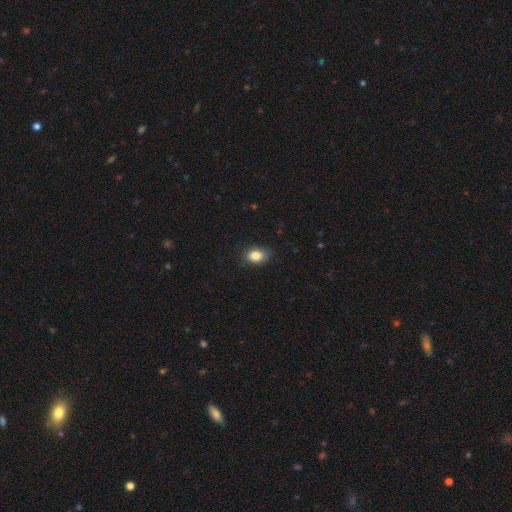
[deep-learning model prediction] smooth_or_featured: smooth (p=0.85) [alt: star or artifact p=0.09]
how_rounded: in between (p=0.77) [alt: round p=0.22]
merging: none (p=0.80) [alt: minor disturbance p=0.16]